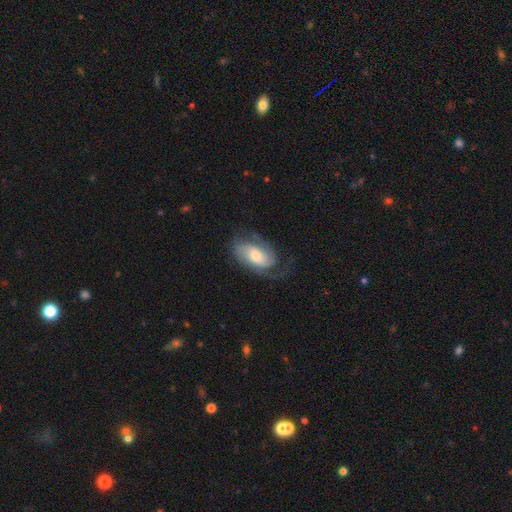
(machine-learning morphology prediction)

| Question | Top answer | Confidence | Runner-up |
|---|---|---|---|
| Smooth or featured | featured or disk | 75% | smooth (20%) |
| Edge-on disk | no | 96% | yes (4%) |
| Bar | no | 59% | weak (32%) |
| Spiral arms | yes | 93% | no (7%) |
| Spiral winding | medium | 43% | tight (38%) |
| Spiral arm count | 2 | 66% | can't tell (15%) |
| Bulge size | moderate | 51% | small (28%) |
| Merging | none | 60% | minor disturbance (21%) |